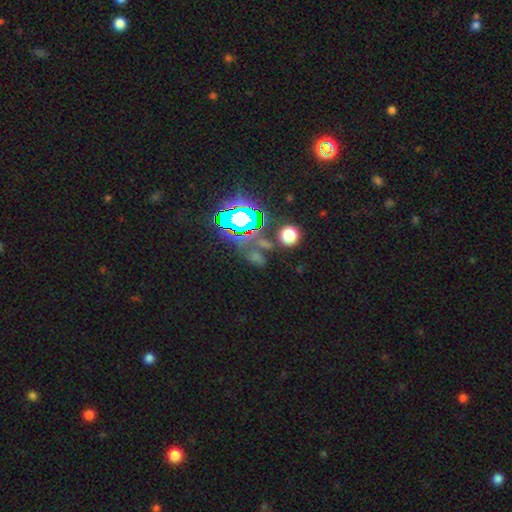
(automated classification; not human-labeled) star or artifact 58%, smooth 29%, featured or disk 13%.